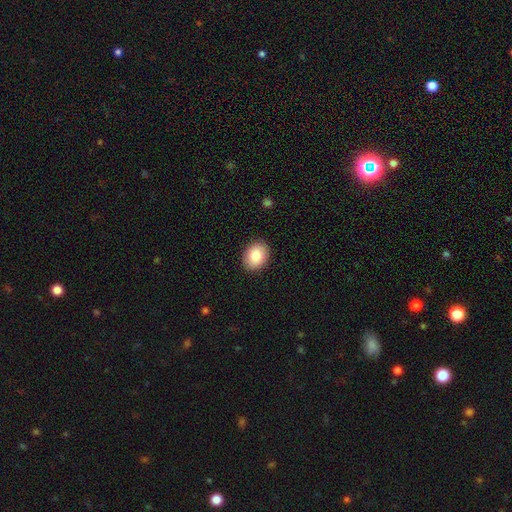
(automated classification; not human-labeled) A smooth galaxy with no disk features (86%) that is in between round and cigar-shaped (59%).

Vote fractions:
- Smooth or featured? smooth: 86% / star or artifact: 7% / featured or disk: 7%
- How rounded? in between: 59% / round: 40% / cigar-shaped: 1%
- Merging? none: 90% / minor disturbance: 7% / major disturbance: 2% / merger: 1%